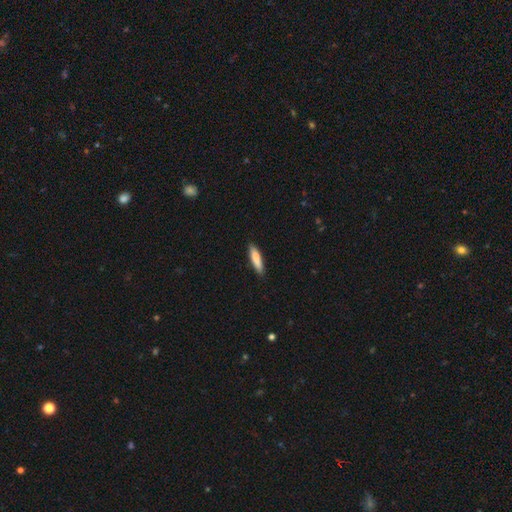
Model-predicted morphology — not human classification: smooth 78%, featured or disk 16%, star or artifact 6%. Down the decision tree: how rounded — cigar-shaped (78%); merging — none (87%).